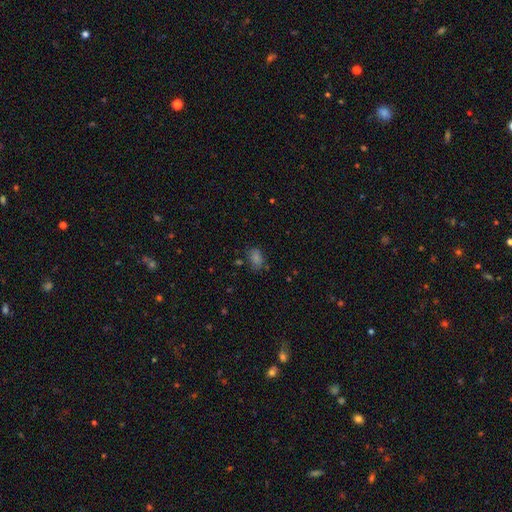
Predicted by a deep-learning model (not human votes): Q: Smooth or featured?
A: smooth (60%); runner-up: star or artifact (30%)
Q: How rounded?
A: in between (76%); runner-up: round (22%)
Q: Merging?
A: none (75%); runner-up: minor disturbance (15%)